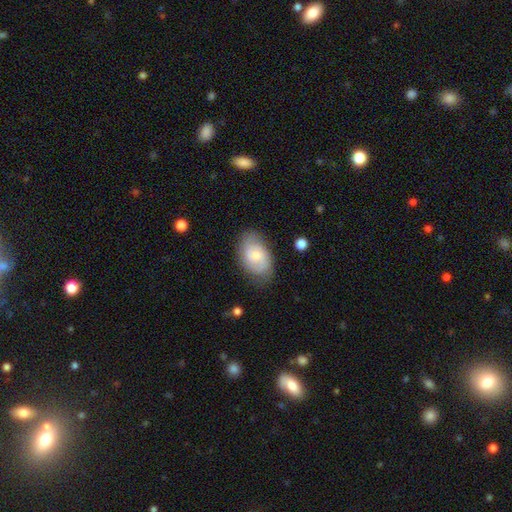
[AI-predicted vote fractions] Smooth or featured: smooth — 53% (featured or disk — 41%)
How rounded: in between — 88% (round — 11%)
Merging: none — 75% (minor disturbance — 18%)